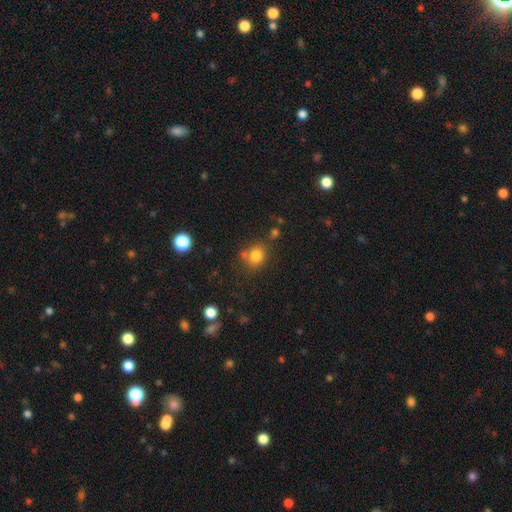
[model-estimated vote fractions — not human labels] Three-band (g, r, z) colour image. It shows a smooth galaxy with no disk features (80%) that is round (74%). Merging: none (66%).